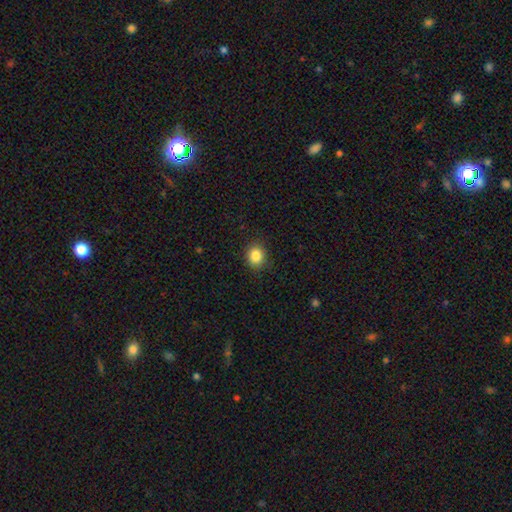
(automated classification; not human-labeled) Smooth or featured?
  - smooth: 85% *
  - star or artifact: 10%
  - featured or disk: 5%
How rounded?
  - round: 71% *
  - in between: 28%
  - cigar-shaped: 1%
Merging?
  - none: 89% *
  - minor disturbance: 8%
  - major disturbance: 2%
  - merger: 1%